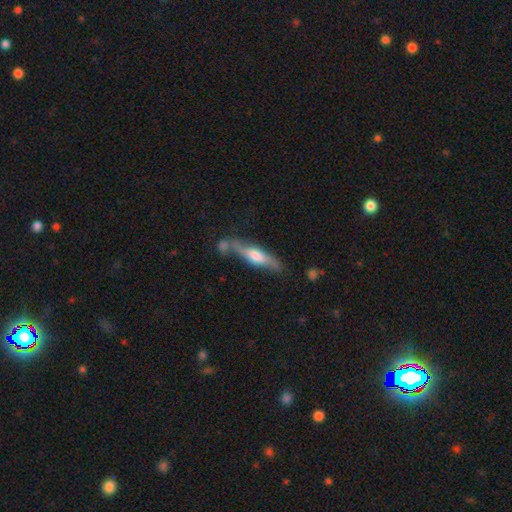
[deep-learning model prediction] Smooth or featured? Predicted: featured or disk (p=0.53). Edge-on disk? Predicted: yes (p=0.83). Merging? Predicted: none (p=0.61).